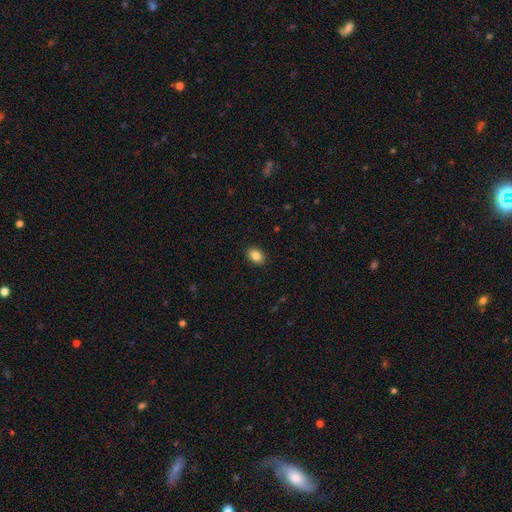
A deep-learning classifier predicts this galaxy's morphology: Smooth or featured?
  - smooth: 87% *
  - star or artifact: 9%
  - featured or disk: 5%
How rounded?
  - in between: 78% *
  - round: 21%
  - cigar-shaped: 1%
Merging?
  - none: 90% *
  - minor disturbance: 7%
  - major disturbance: 2%
  - merger: 1%